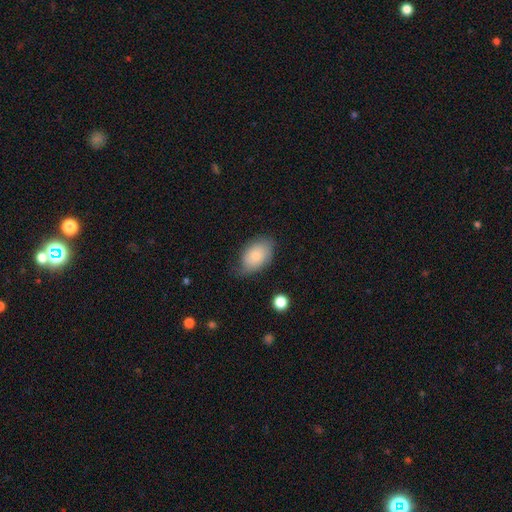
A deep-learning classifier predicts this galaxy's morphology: smooth 74%, featured or disk 19%, star or artifact 7%. Down the decision tree: how rounded — in between (88%); merging — none (58%).